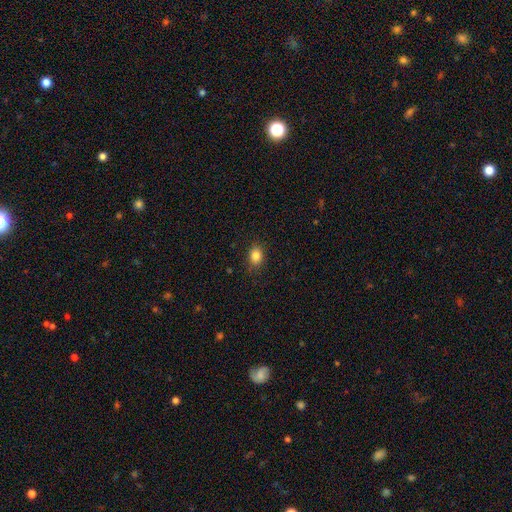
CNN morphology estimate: Q: Smooth or featured?
A: smooth (85%); runner-up: star or artifact (10%)
Q: How rounded?
A: in between (61%); runner-up: round (38%)
Q: Merging?
A: none (86%); runner-up: minor disturbance (10%)